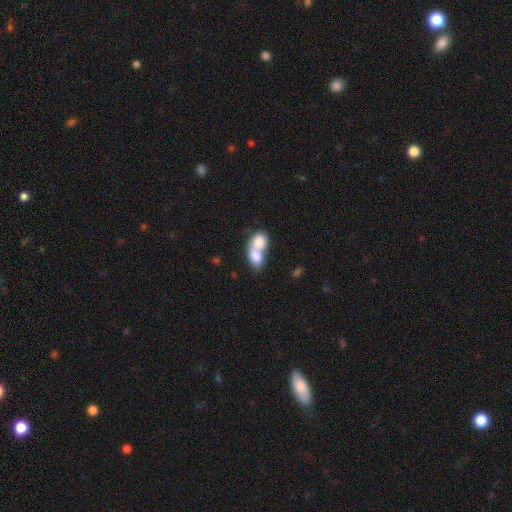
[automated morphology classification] Smooth or featured? Predicted: smooth (p=0.75). How rounded? Predicted: in between (p=0.70). Merging? Predicted: merger (p=0.79).